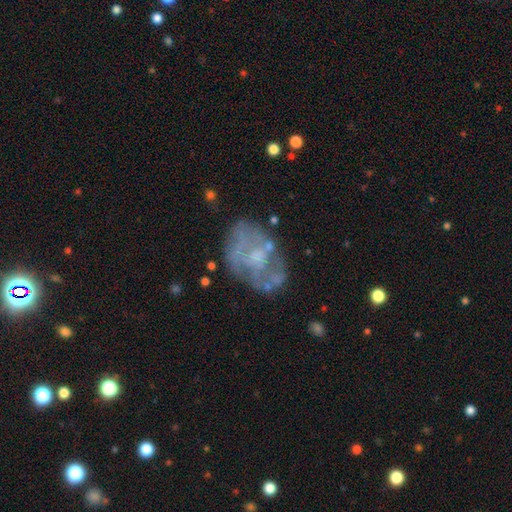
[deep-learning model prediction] Smooth or featured? Predicted: featured or disk (p=0.69). Edge-on disk? Predicted: no (p=0.97). Bar? Predicted: no (p=0.78). Spiral arms? Predicted: no (p=0.65). Bulge size? Predicted: moderate (p=0.38). Merging? Predicted: none (p=0.59).